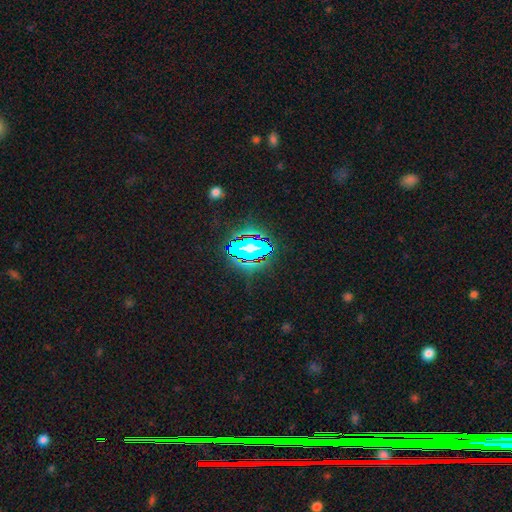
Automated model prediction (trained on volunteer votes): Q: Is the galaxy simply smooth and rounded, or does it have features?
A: star or artifact — 73%.